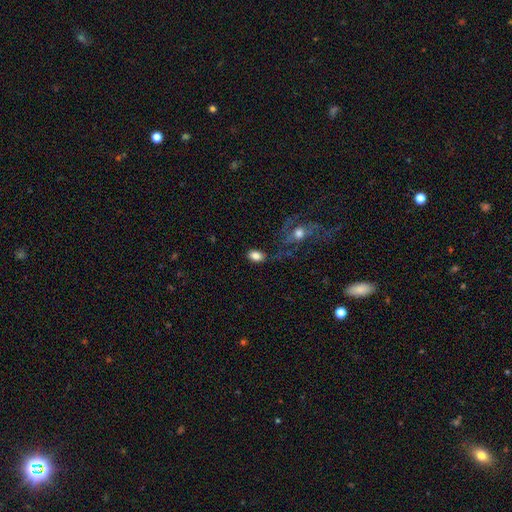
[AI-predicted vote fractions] smooth 83%, featured or disk 9%, star or artifact 8%. Down the decision tree: how rounded — in between (86%); merging — none (69%).